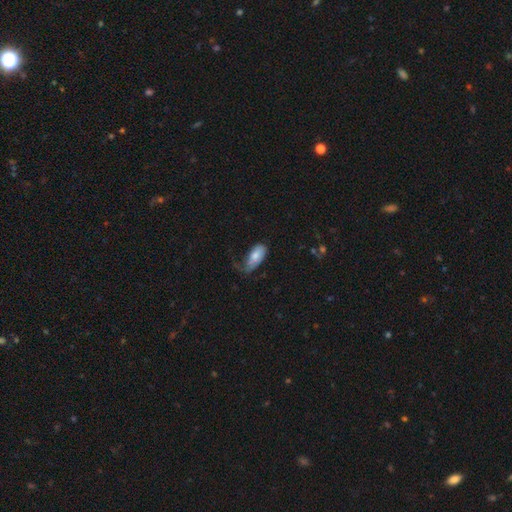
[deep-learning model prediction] This appears to be a smooth galaxy with no disk features (70%) that is in between round and cigar-shaped (89%). Merging: major disturbance (36%).